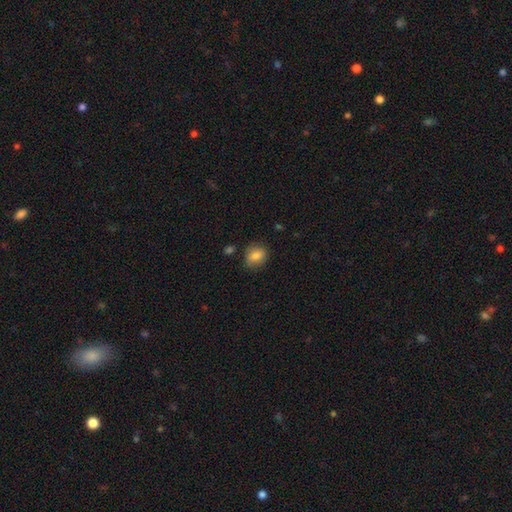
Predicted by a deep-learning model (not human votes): Smooth or featured: smooth — 80% (featured or disk — 12%)
How rounded: round — 59% (in between — 40%)
Merging: none — 77% (minor disturbance — 17%)